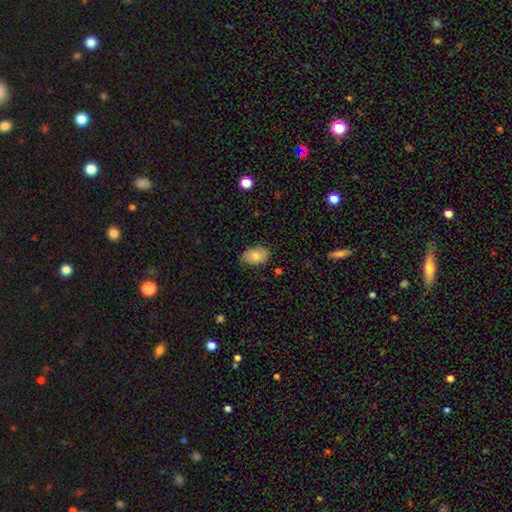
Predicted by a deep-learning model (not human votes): Morphology: type=smooth (80%); roundness=in between (89%); merging=none (74%).